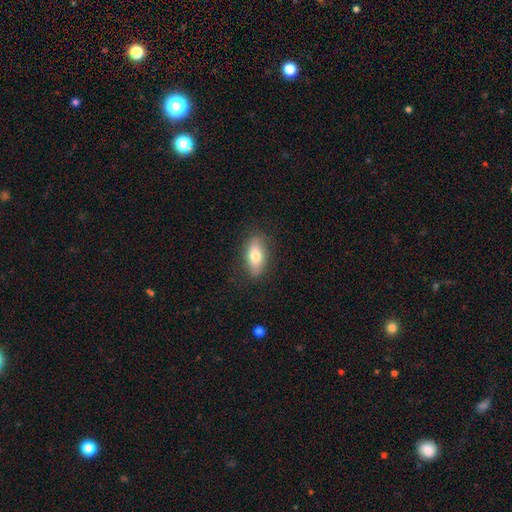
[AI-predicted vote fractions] Smooth or featured?
  - smooth: 74% *
  - featured or disk: 19%
  - star or artifact: 7%
How rounded?
  - in between: 85% *
  - cigar-shaped: 11%
  - round: 4%
Merging?
  - none: 83% *
  - minor disturbance: 13%
  - major disturbance: 3%
  - merger: 1%